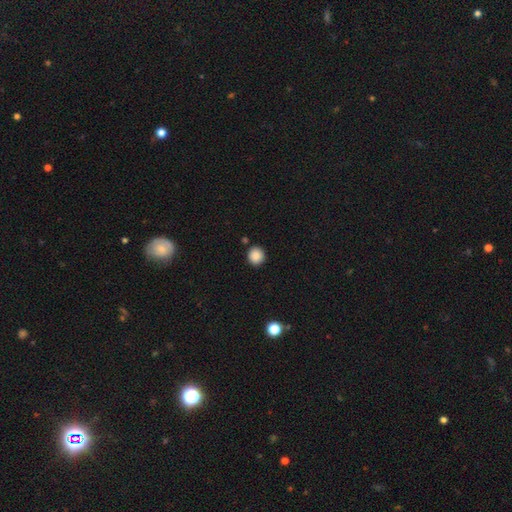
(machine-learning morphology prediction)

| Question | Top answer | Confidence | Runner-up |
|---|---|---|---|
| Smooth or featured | smooth | 87% | star or artifact (9%) |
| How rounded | round | 92% | in between (7%) |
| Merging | none | 89% | minor disturbance (6%) |